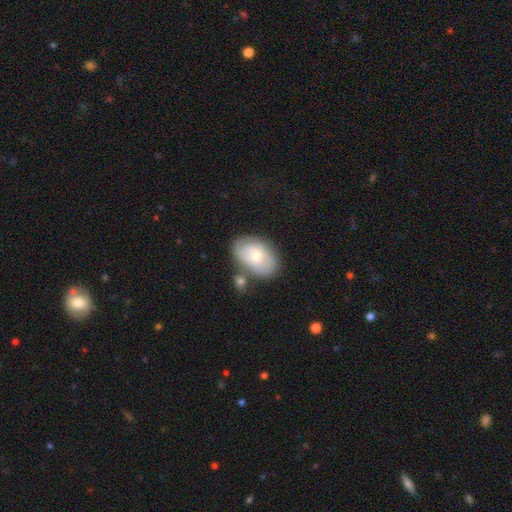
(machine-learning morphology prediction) Smooth or featured?
  - smooth: 54% *
  - featured or disk: 39%
  - star or artifact: 7%
How rounded?
  - in between: 85% *
  - round: 14%
  - cigar-shaped: 1%
Merging?
  - none: 62% *
  - minor disturbance: 18%
  - merger: 14%
  - major disturbance: 5%